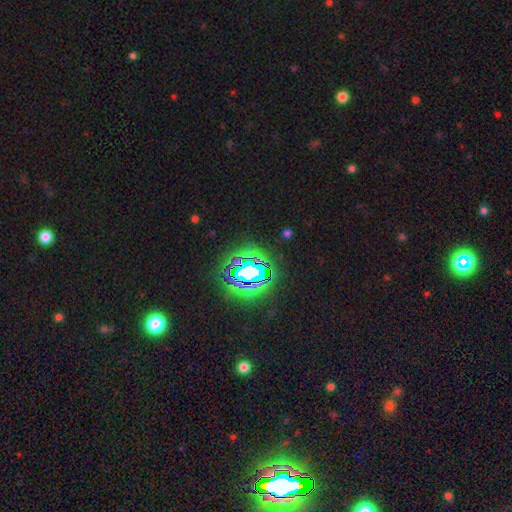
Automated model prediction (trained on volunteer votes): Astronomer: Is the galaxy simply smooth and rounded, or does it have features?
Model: star or artifact — 81%.